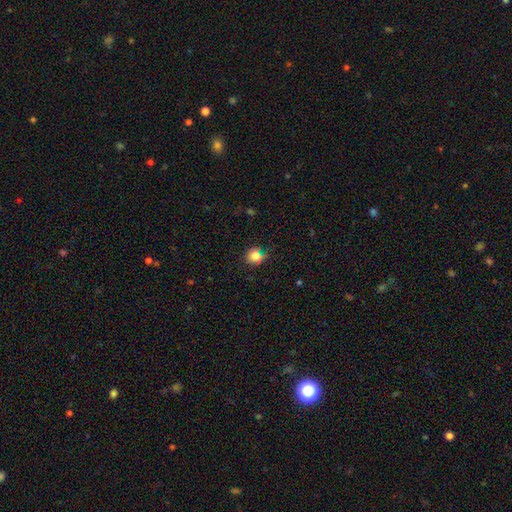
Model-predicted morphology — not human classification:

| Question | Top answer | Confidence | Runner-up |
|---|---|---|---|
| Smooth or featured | smooth | 81% | star or artifact (13%) |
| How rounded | round | 83% | in between (16%) |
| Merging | none | 72% | minor disturbance (19%) |